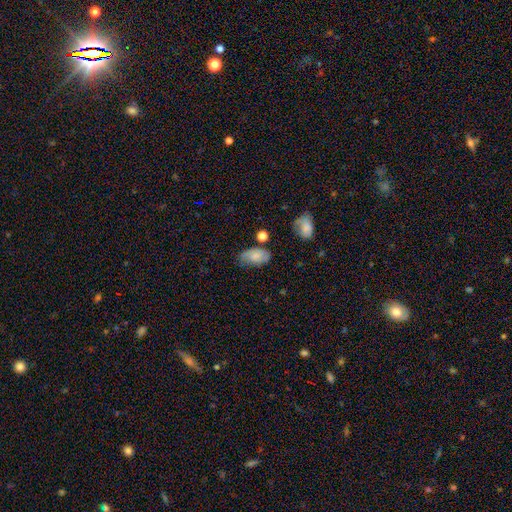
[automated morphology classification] The model was most divided on "merging": none: 62%, minor disturbance: 25%, major disturbance: 8%, merger: 5%. More confident: how rounded — in between (91%); smooth or featured — smooth (68%).